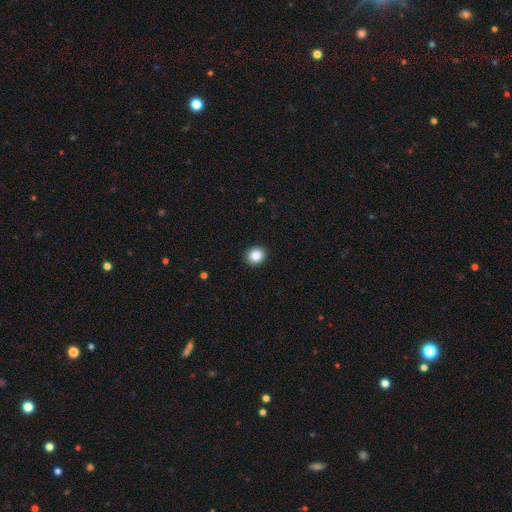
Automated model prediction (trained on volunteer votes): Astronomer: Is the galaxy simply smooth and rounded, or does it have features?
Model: smooth — 86%.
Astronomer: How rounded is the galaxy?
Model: round — 81%.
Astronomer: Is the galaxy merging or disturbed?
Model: none — 92%.